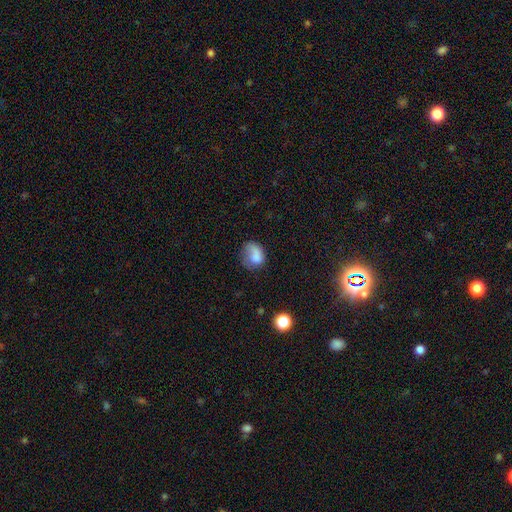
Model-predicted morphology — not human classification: Q: Smooth or featured?
A: smooth (71%); runner-up: featured or disk (19%)
Q: How rounded?
A: in between (53%); runner-up: round (46%)
Q: Merging?
A: none (39%); runner-up: minor disturbance (30%)